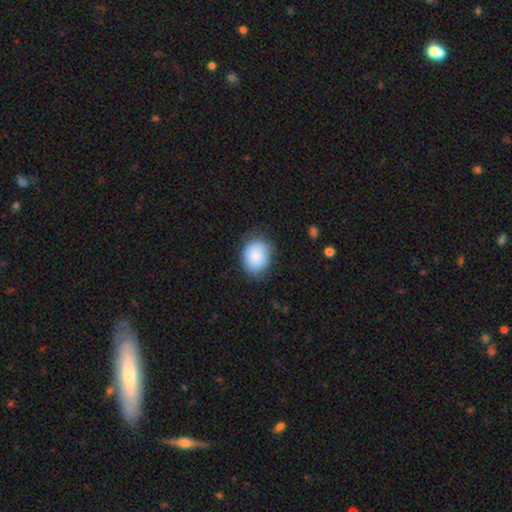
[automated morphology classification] smooth-or-featured: smooth: 86% | star or artifact: 7% | featured or disk: 7%
  how-rounded: in between: 51% | round: 48% | cigar-shaped: 1%
  merging: none: 74% | minor disturbance: 19% | major disturbance: 5% | merger: 1%